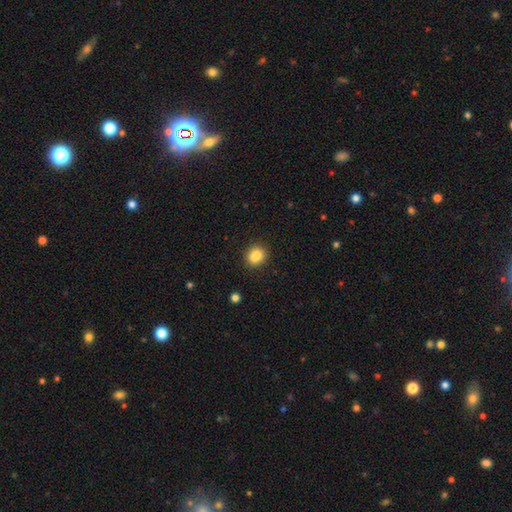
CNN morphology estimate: smooth-or-featured: smooth: 87% | star or artifact: 9% | featured or disk: 4%
  how-rounded: round: 64% | in between: 35% | cigar-shaped: 1%
  merging: none: 88% | minor disturbance: 8% | major disturbance: 2% | merger: 1%